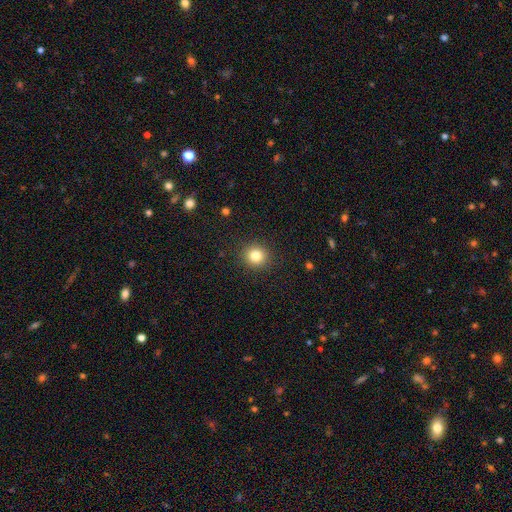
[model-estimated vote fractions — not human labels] Morphology: type=smooth (82%); roundness=round (91%); merging=none (91%).